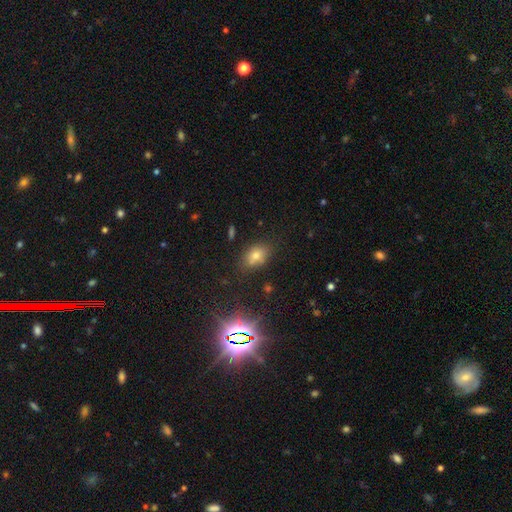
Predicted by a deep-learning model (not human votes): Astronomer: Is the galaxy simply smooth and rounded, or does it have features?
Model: smooth — 63%.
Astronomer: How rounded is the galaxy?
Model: in between — 76%.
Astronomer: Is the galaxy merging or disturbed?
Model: none — 77%.